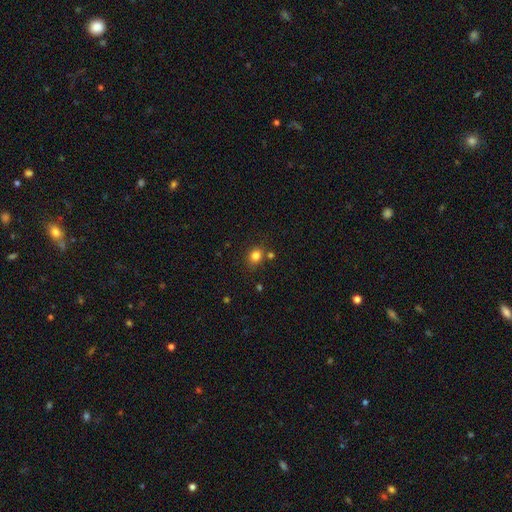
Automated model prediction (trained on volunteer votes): This is clearly a smooth galaxy (81%). How rounded: likely round (63%). Merging: likely none (75%).